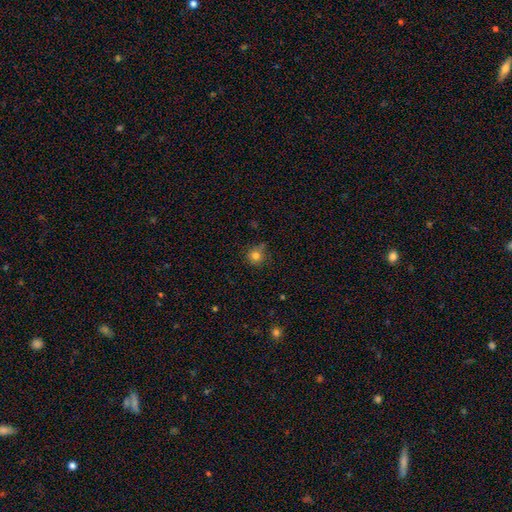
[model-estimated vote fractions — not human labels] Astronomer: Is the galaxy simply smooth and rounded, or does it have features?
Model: smooth — 80%.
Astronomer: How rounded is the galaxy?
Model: round — 92%.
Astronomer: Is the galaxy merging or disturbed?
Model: none — 73%.